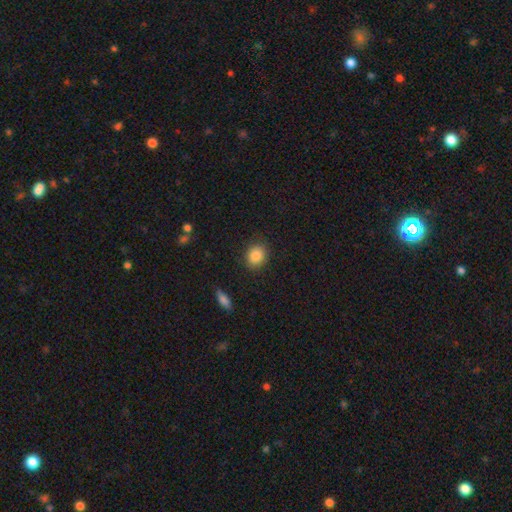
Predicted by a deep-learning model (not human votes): Morphology: type=smooth (87%); roundness=round (58%); merging=none (86%).